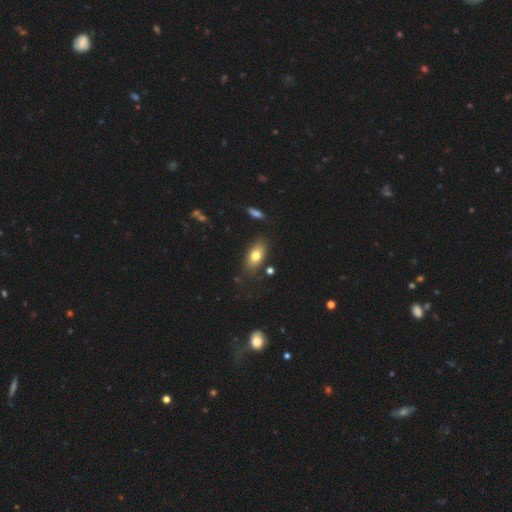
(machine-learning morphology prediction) A smooth galaxy with no disk features (75%) that is in between round and cigar-shaped (86%). Merging: none (79%).